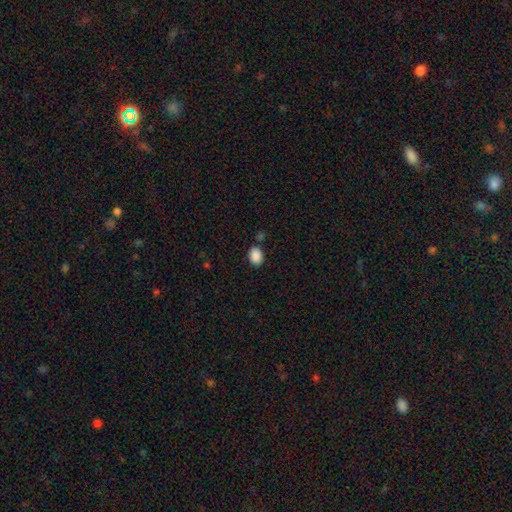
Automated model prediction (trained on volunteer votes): A smooth galaxy with no disk features (89%) that is in between round and cigar-shaped (69%). Merging: none (79%).